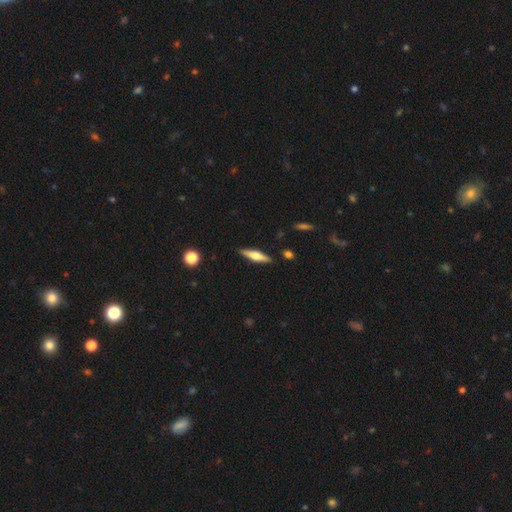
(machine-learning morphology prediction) This appears to be a featured or disk galaxy (53%) viewed edge-on (95%) with a rounded central bulge (87%). Merging: none (89%).